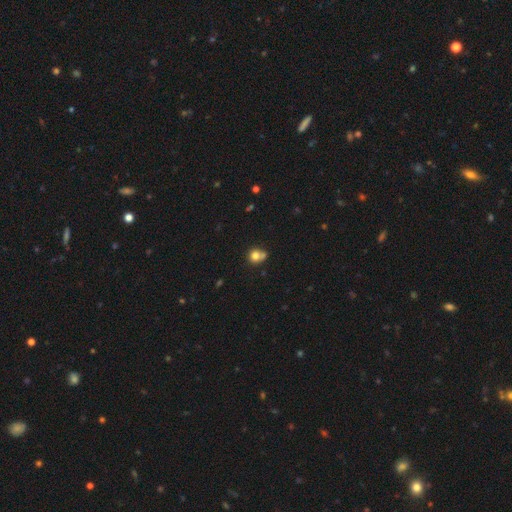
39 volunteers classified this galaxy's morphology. Smooth or featured?
  - smooth: 79% *
  - featured or disk: 13%
  - star or artifact: 8%
How rounded?
  - round: 77% *
  - in between: 23%
  - cigar-shaped: 0%
Merging?
  - none: 44% *
  - minor disturbance: 25%
  - merger: 22%
  - major disturbance: 8%